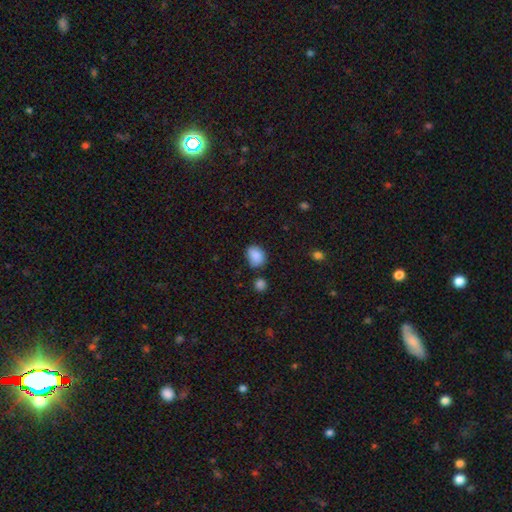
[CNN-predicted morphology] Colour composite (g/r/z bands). It shows a smooth galaxy with no disk features (87%) that is in between round and cigar-shaped (54%). Merging: none (68%).